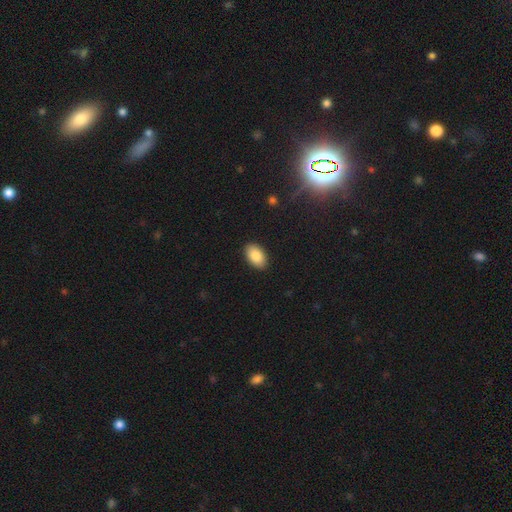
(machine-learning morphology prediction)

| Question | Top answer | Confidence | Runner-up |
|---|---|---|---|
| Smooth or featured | smooth | 87% | star or artifact (7%) |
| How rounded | in between | 93% | round (6%) |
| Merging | none | 90% | minor disturbance (8%) |